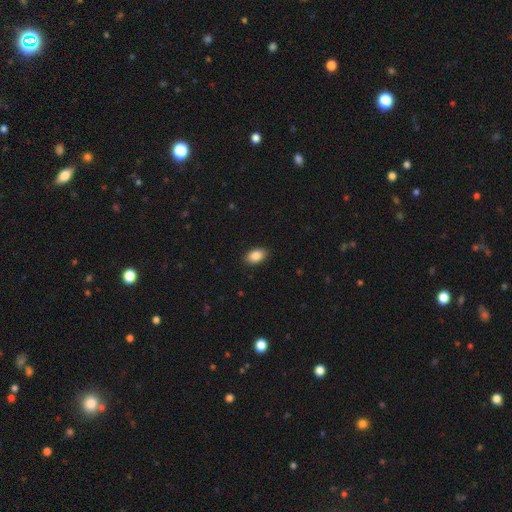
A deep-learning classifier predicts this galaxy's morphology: type=smooth (87%); roundness=in between (89%); merging=none (89%).